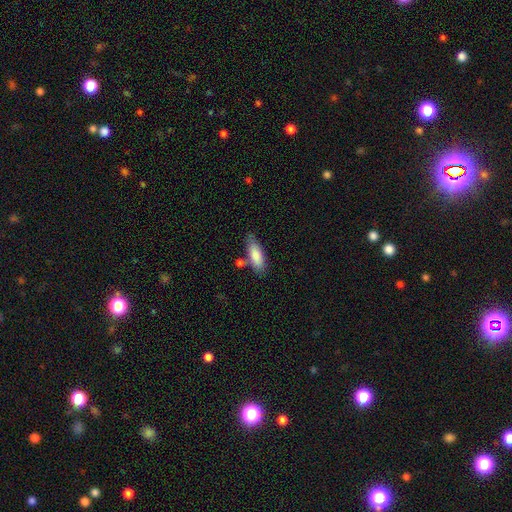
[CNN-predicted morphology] Q: Smooth or featured?
A: smooth (83%); runner-up: featured or disk (12%)
Q: How rounded?
A: in between (64%); runner-up: cigar-shaped (34%)
Q: Merging?
A: none (68%); runner-up: minor disturbance (17%)